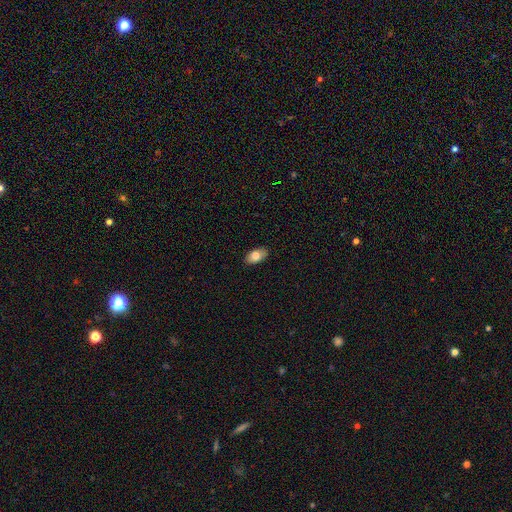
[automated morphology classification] Smooth or featured? Predicted: smooth (p=0.80). How rounded? Predicted: in between (p=0.93). Merging? Predicted: none (p=0.87).